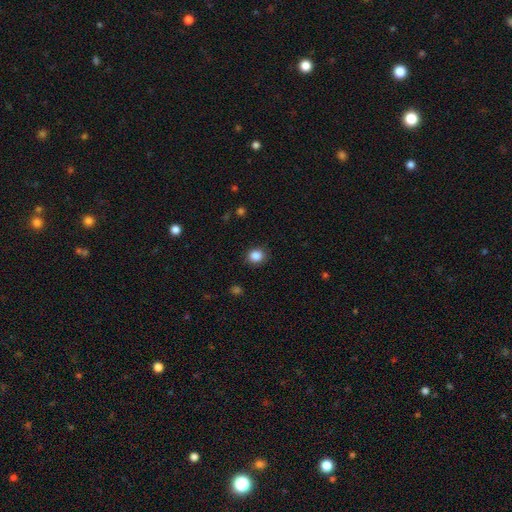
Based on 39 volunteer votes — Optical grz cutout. It shows a smooth galaxy with no disk features (92%) that is round (69%). Merging: none (86%).